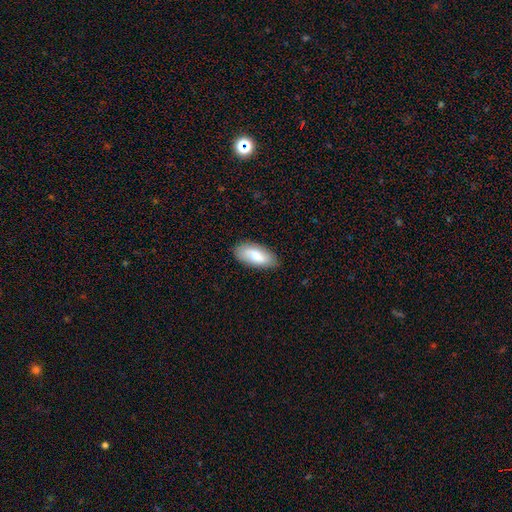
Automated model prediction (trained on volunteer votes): smooth 77%, featured or disk 17%, star or artifact 6%. Down the decision tree: how rounded — in between (90%); merging — none (84%).